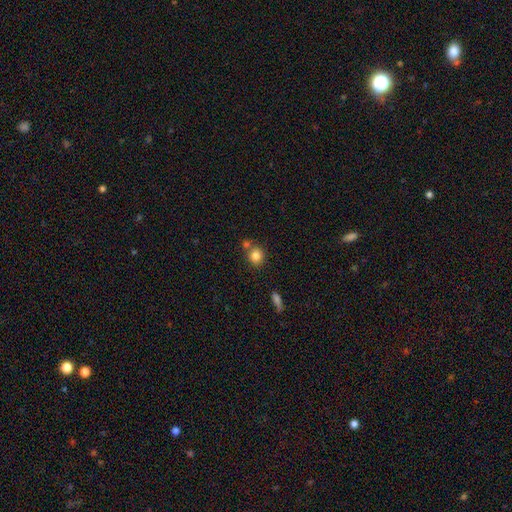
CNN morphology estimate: type=smooth (82%); roundness=round (82%); merging=none (64%).